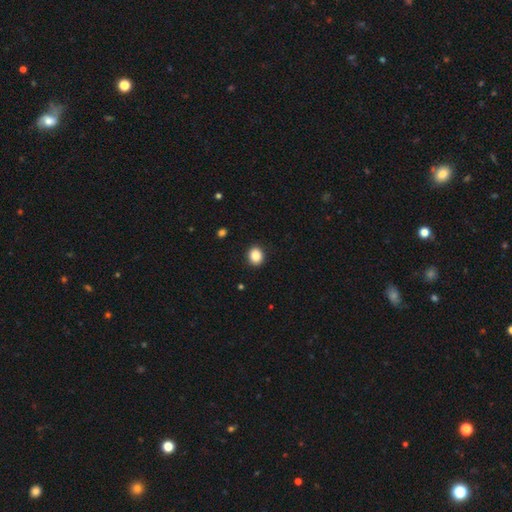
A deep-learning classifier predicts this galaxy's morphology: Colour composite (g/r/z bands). It shows a smooth galaxy with no disk features (87%) that is round (62%). Merging: none (91%).